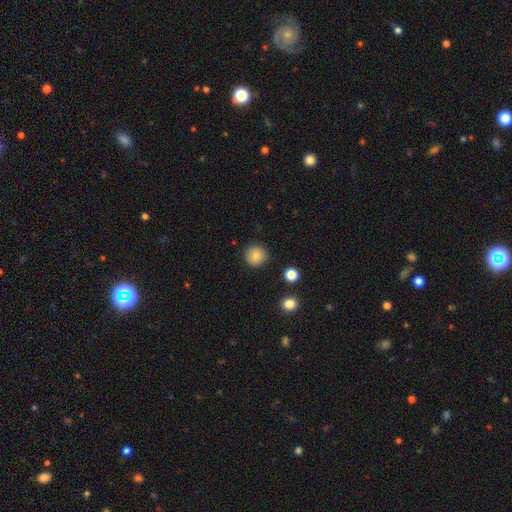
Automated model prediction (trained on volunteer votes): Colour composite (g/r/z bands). It shows a smooth galaxy with no disk features (84%) that is round (94%). Merging: none (89%).